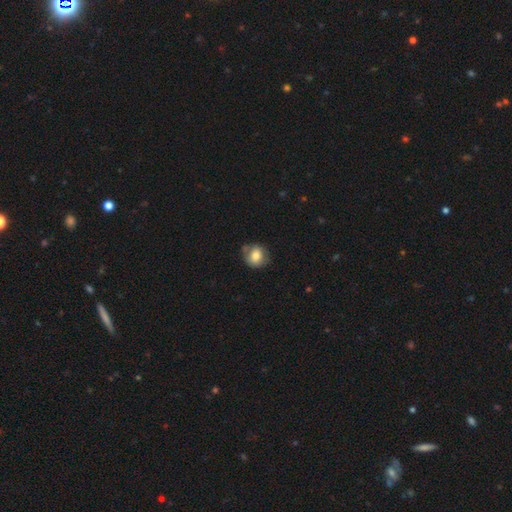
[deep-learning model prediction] A smooth galaxy with no disk features (78%) that is round (79%). Merging: none (64%).